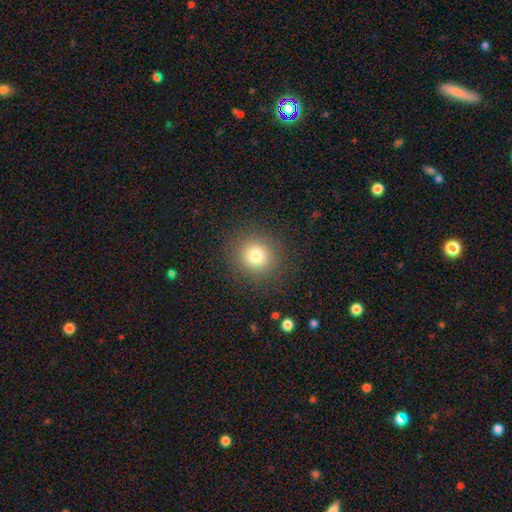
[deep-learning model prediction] Smooth or featured?
  - smooth: 78% *
  - star or artifact: 14%
  - featured or disk: 8%
How rounded?
  - round: 90% *
  - in between: 9%
  - cigar-shaped: 1%
Merging?
  - none: 89% *
  - minor disturbance: 7%
  - major disturbance: 3%
  - merger: 1%